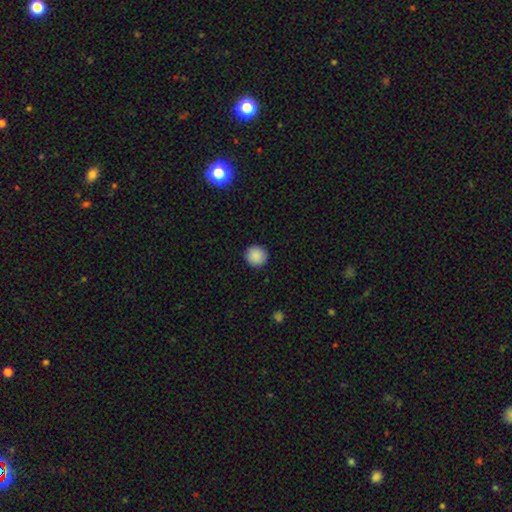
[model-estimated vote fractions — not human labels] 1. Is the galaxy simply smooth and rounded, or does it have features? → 89% smooth, 8% star or artifact, 3% featured or disk.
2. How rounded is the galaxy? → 95% round, 4% in between, 1% cigar-shaped.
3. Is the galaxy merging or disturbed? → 93% none, 5% minor disturbance, 2% major disturbance, 1% merger.